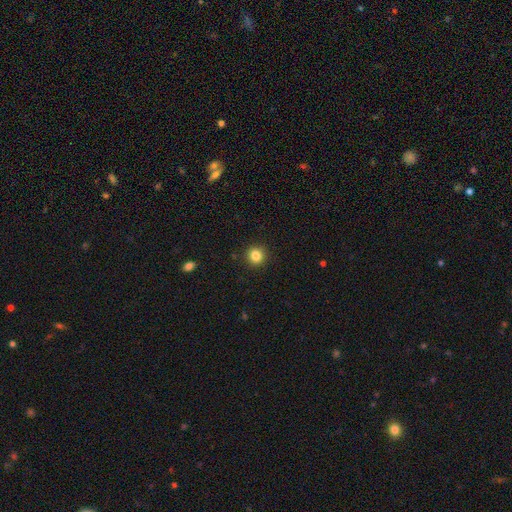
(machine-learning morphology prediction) This is clearly a smooth galaxy (84%). How rounded: clearly round (92%). Merging: clearly none (91%).